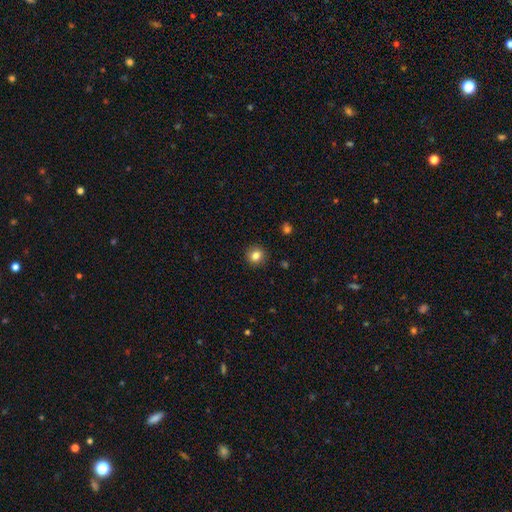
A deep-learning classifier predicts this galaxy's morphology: A smooth galaxy with no disk features (82%) that is round (92%).

Vote fractions:
- Smooth or featured? smooth: 82% / star or artifact: 11% / featured or disk: 7%
- How rounded? round: 92% / in between: 7% / cigar-shaped: 1%
- Merging? none: 92% / minor disturbance: 5% / major disturbance: 2% / merger: 1%